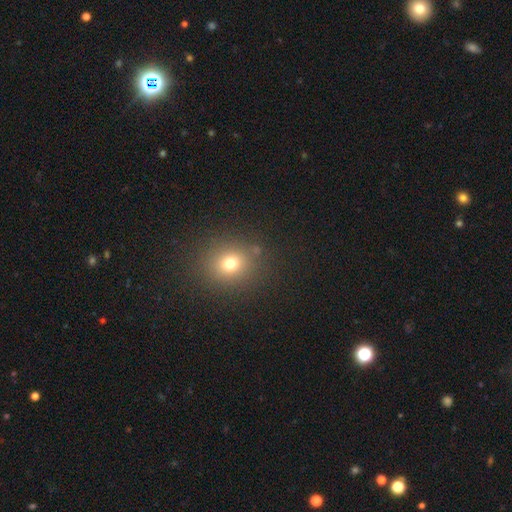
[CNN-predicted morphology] type=smooth (63%); roundness=round (79%); merging=none (91%).